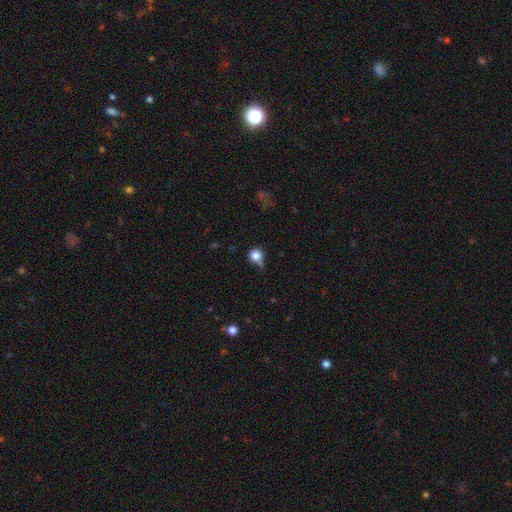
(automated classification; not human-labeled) Smooth or featured?
  - smooth: 81% *
  - star or artifact: 11%
  - featured or disk: 8%
How rounded?
  - round: 88% *
  - in between: 11%
  - cigar-shaped: 1%
Merging?
  - none: 48% *
  - minor disturbance: 31%
  - major disturbance: 13%
  - merger: 8%